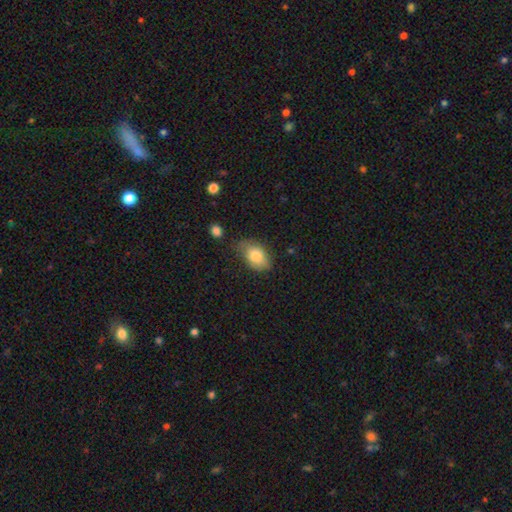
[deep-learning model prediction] smooth_or_featured: smooth (p=0.82) [alt: featured or disk p=0.11]
how_rounded: in between (p=0.89) [alt: round p=0.10]
merging: none (p=0.60) [alt: minor disturbance p=0.30]